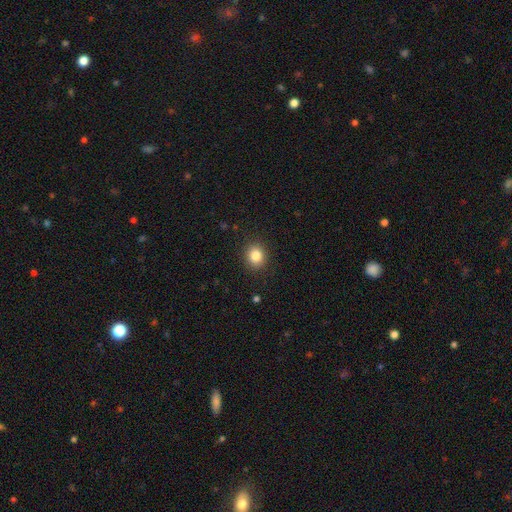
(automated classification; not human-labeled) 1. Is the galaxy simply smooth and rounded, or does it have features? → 83% smooth, 11% star or artifact, 6% featured or disk.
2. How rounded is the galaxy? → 74% round, 25% in between, 1% cigar-shaped.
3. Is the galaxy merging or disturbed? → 90% none, 7% minor disturbance, 2% major disturbance, 1% merger.